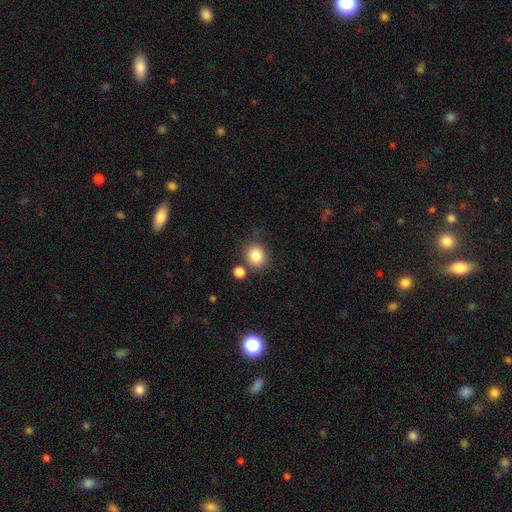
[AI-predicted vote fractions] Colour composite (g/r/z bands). It shows a smooth galaxy with no disk features (85%) that is round (81%). Merging: none (75%).